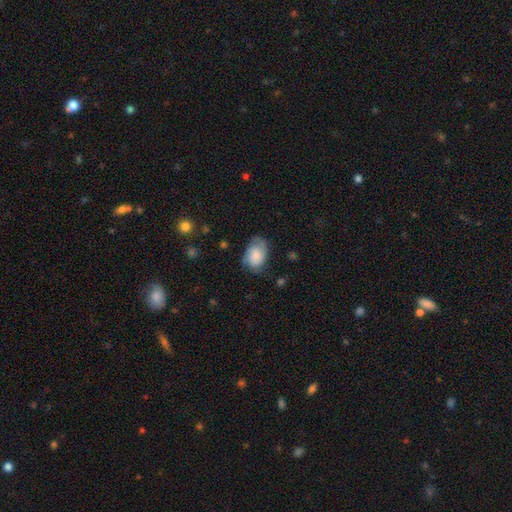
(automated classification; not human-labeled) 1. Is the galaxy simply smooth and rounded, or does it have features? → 69% smooth, 23% featured or disk, 7% star or artifact.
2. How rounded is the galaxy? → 85% in between, 14% round, 1% cigar-shaped.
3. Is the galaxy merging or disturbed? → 60% none, 29% minor disturbance, 10% major disturbance, 1% merger.